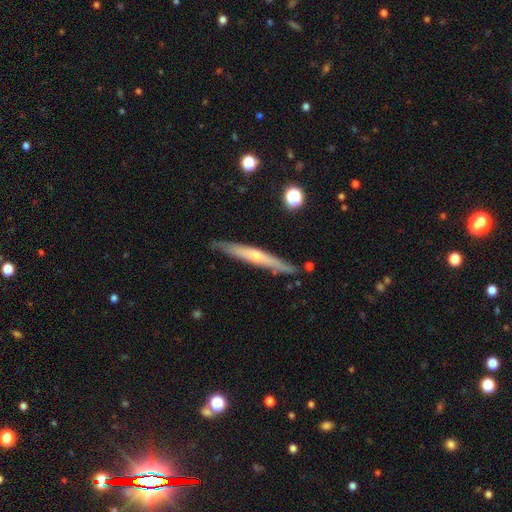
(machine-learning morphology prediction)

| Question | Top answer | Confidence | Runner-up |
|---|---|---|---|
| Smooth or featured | featured or disk | 59% | smooth (35%) |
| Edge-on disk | yes | 93% | no (7%) |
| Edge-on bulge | rounded | 59% | none (37%) |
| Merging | none | 84% | minor disturbance (12%) |